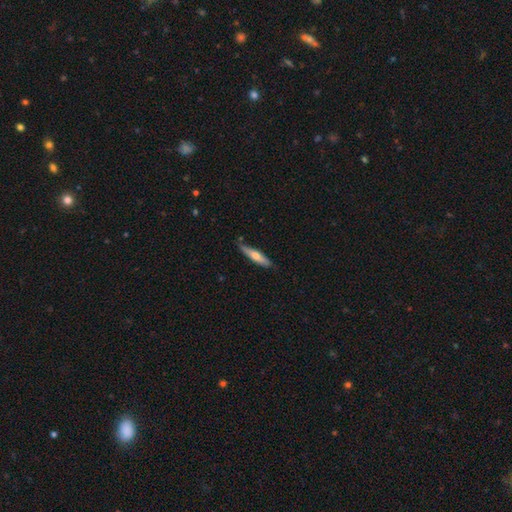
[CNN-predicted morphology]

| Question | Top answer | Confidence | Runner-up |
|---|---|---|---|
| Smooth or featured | smooth | 55% | featured or disk (40%) |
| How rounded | cigar-shaped | 85% | in between (14%) |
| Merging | none | 82% | minor disturbance (14%) |